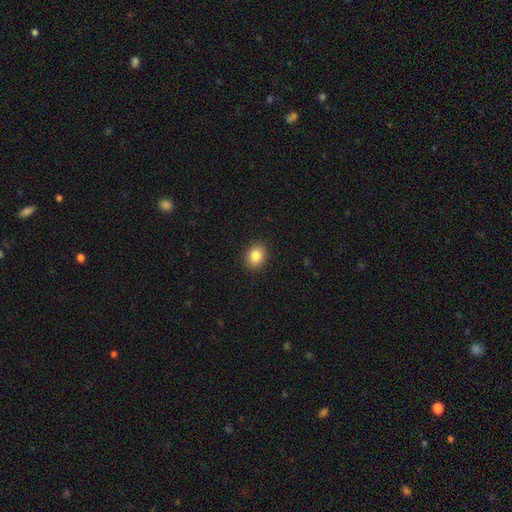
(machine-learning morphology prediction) Smooth or featured: smooth — 84% (star or artifact — 10%)
How rounded: round — 63% (in between — 36%)
Merging: none — 91% (minor disturbance — 6%)